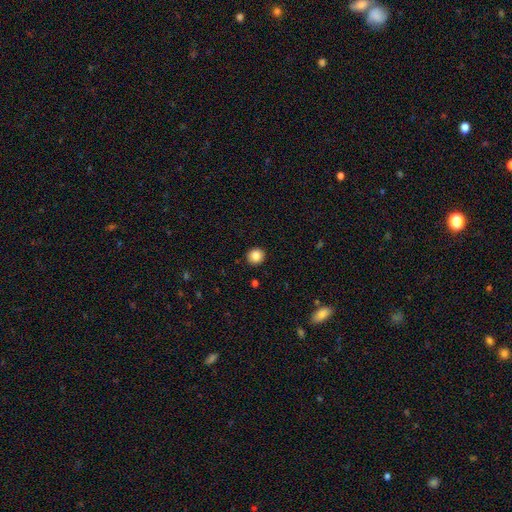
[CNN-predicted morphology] smooth-or-featured: smooth: 85% | star or artifact: 9% | featured or disk: 6%
  how-rounded: round: 86% | in between: 13% | cigar-shaped: 1%
  merging: none: 92% | minor disturbance: 6% | major disturbance: 2% | merger: 1%